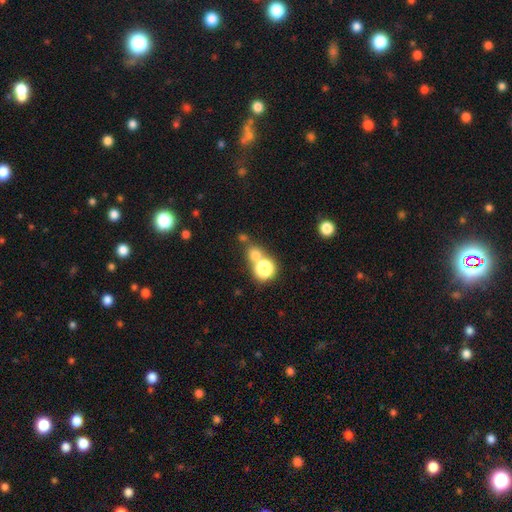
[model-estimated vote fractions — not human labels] A smooth galaxy with no disk features (72%) that is round (82%). Merging: none (47%).